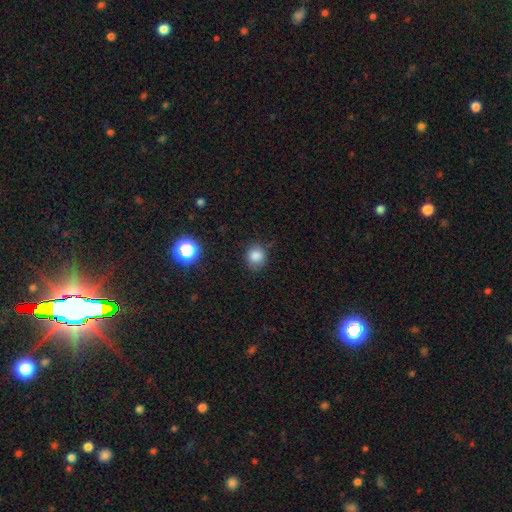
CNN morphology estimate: Smooth or featured? smooth (83%)
How rounded? round (82%)
Merging? none (78%)